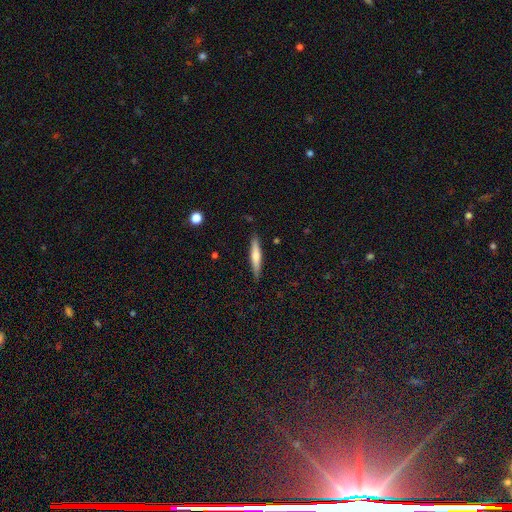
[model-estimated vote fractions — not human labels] A smooth galaxy with no disk features (58%) that is cigar-shaped (90%).

Vote fractions:
- Smooth or featured? smooth: 58% / featured or disk: 36% / star or artifact: 6%
- How rounded? cigar-shaped: 90% / in between: 8% / round: 1%
- Merging? none: 88% / minor disturbance: 9% / major disturbance: 2% / merger: 1%